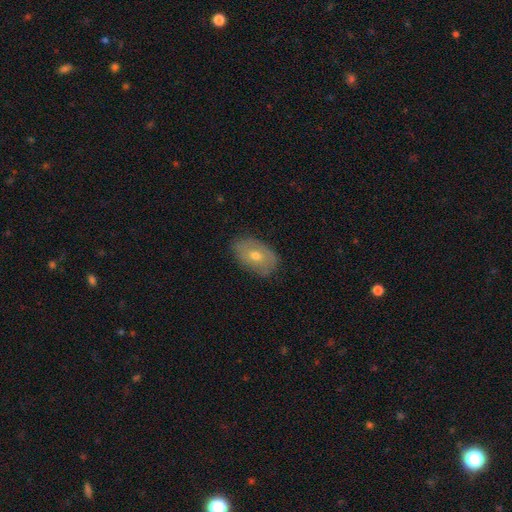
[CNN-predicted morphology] type=smooth (49%); merging=none (81%).